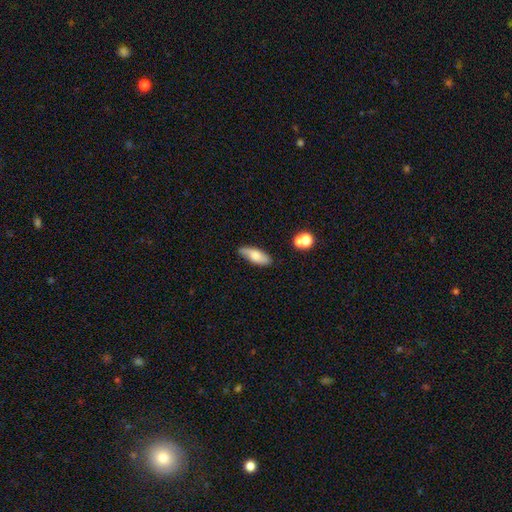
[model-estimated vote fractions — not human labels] The model was most divided on "how rounded": in between: 68%, cigar-shaped: 29%, round: 3%. More confident: merging — none (76%); smooth or featured — smooth (66%).